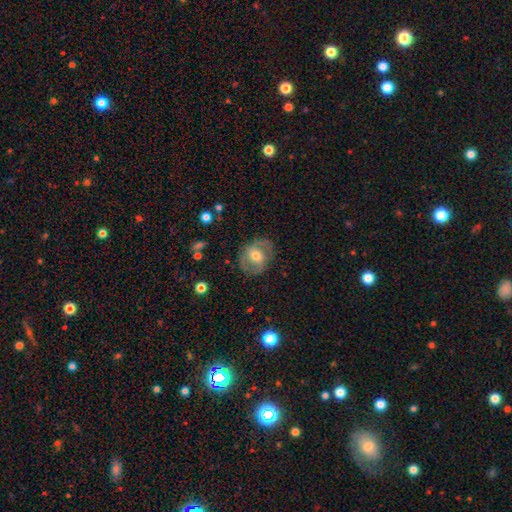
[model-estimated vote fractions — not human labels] Smooth or featured: featured or disk — 58% (smooth — 35%)
Edge-on disk: no — 95% (yes — 5%)
Bar: no — 46% (weak — 37%)
Spiral arms: yes — 64% (no — 36%)
Bulge size: moderate — 66% (small — 25%)
Merging: none — 74% (minor disturbance — 16%)